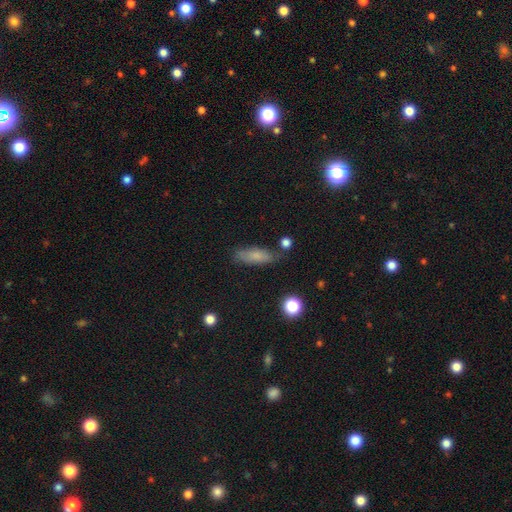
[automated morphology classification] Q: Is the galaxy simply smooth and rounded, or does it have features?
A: smooth — 76%.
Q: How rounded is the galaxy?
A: in between — 56%.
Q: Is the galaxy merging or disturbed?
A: none — 75%.